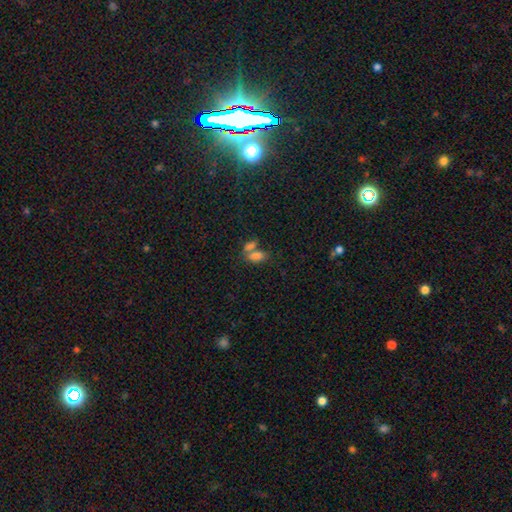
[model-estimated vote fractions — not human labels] This is clearly a smooth galaxy (80%). How rounded: clearly in between (89%). Merging: possibly merger (54%).